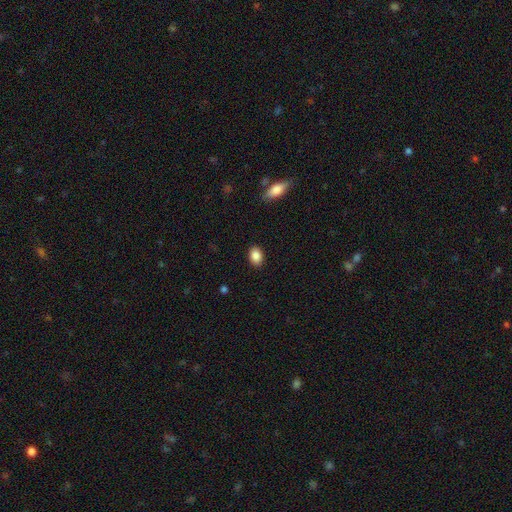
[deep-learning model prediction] smooth-or-featured: smooth: 88% | star or artifact: 8% | featured or disk: 4%
  how-rounded: in between: 80% | round: 19% | cigar-shaped: 1%
  merging: none: 89% | minor disturbance: 8% | major disturbance: 2% | merger: 1%